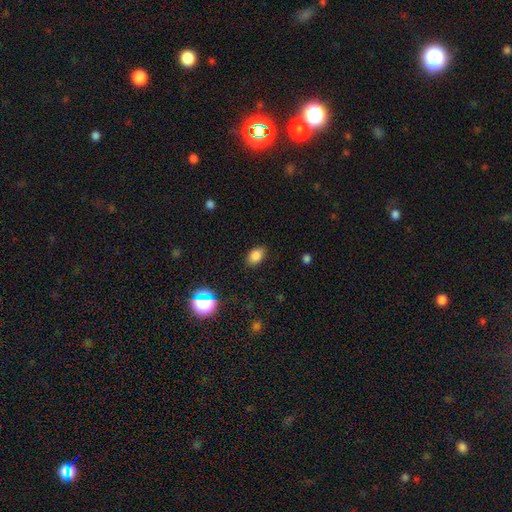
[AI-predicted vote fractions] Morphology: type=smooth (81%); roundness=in between (83%); merging=none (84%).